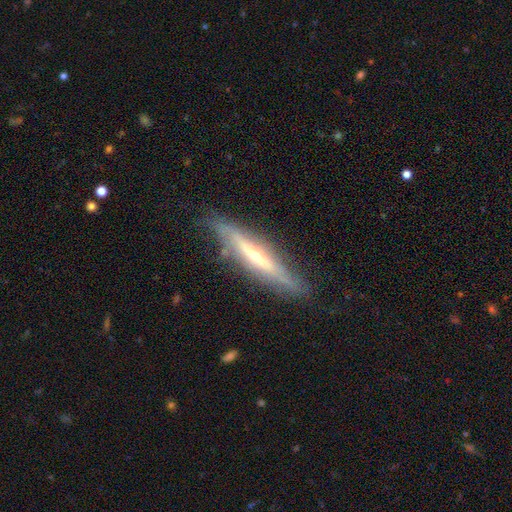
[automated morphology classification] featured or disk 74%, smooth 20%, star or artifact 6%. Down the decision tree: edge-on disk — yes (86%); edge-on bulge — rounded (73%); merging — none (76%).